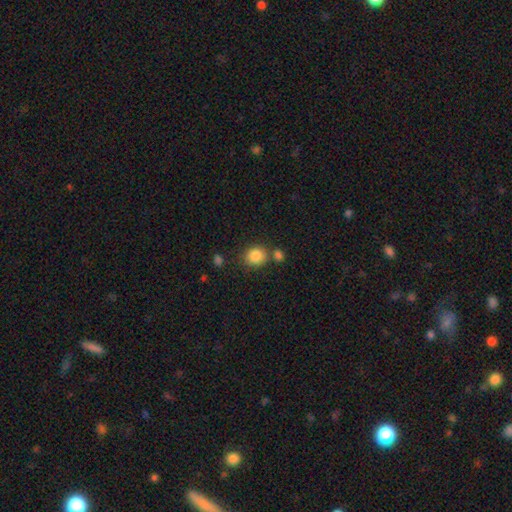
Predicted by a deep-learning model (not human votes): Q: Smooth or featured?
A: smooth (85%); runner-up: star or artifact (9%)
Q: How rounded?
A: round (76%); runner-up: in between (23%)
Q: Merging?
A: none (68%); runner-up: merger (16%)